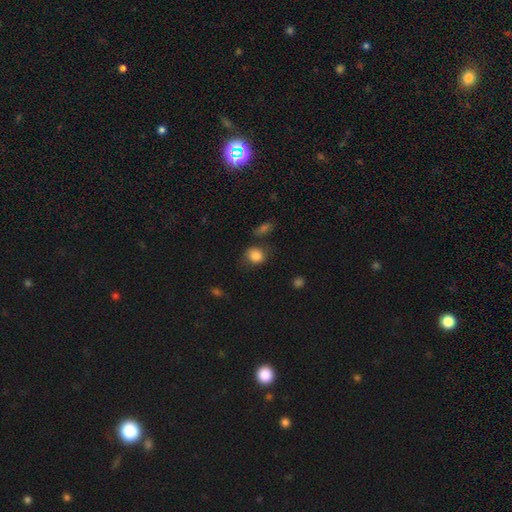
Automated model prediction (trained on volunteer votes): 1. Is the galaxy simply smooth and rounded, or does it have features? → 84% smooth, 10% star or artifact, 6% featured or disk.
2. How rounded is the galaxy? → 69% round, 30% in between, 1% cigar-shaped.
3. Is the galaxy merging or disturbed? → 67% none, 21% minor disturbance, 7% major disturbance, 6% merger.